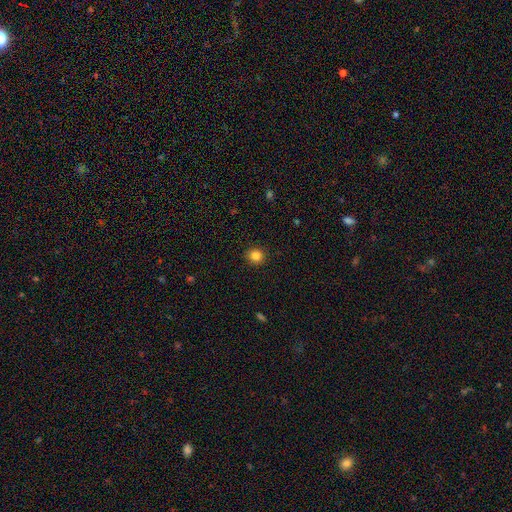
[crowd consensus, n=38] Smooth or featured? 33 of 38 (87%) said smooth. How rounded? 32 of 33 (97%) said round. Merging? 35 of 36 (97%) said none.